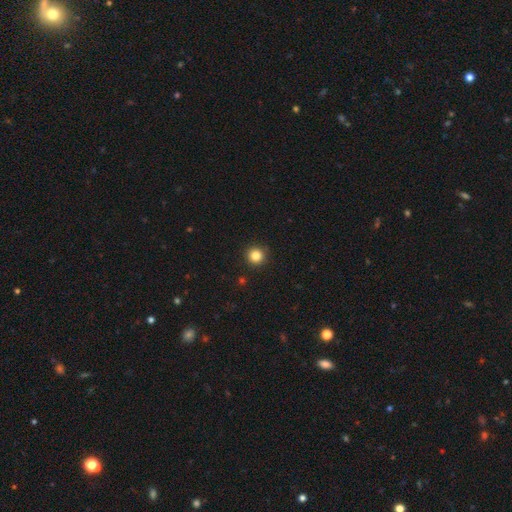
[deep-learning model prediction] smooth_or_featured: smooth (p=0.84) [alt: star or artifact p=0.12]
how_rounded: round (p=0.96) [alt: in between p=0.03]
merging: none (p=0.93) [alt: minor disturbance p=0.05]